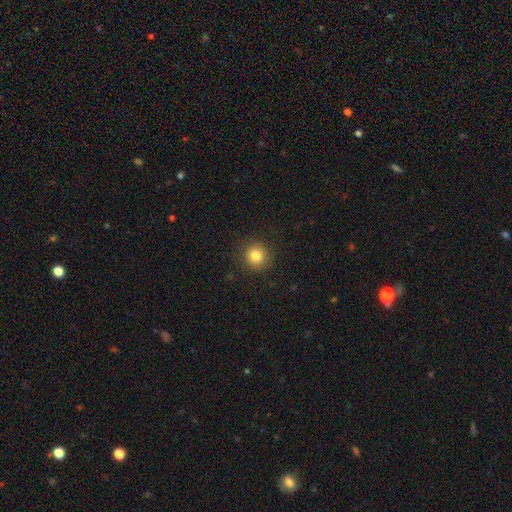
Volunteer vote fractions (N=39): A smooth galaxy with no disk features (92%) that is round (97%). Merging: none (97%).